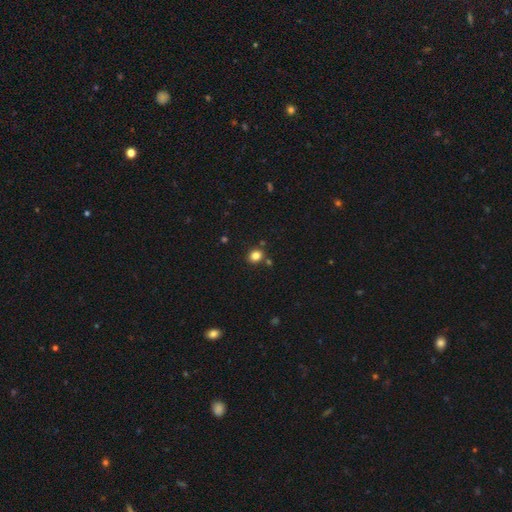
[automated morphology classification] smooth_or_featured: smooth (p=0.82) [alt: star or artifact p=0.12]
how_rounded: round (p=0.70) [alt: in between p=0.29]
merging: none (p=0.81) [alt: minor disturbance p=0.09]